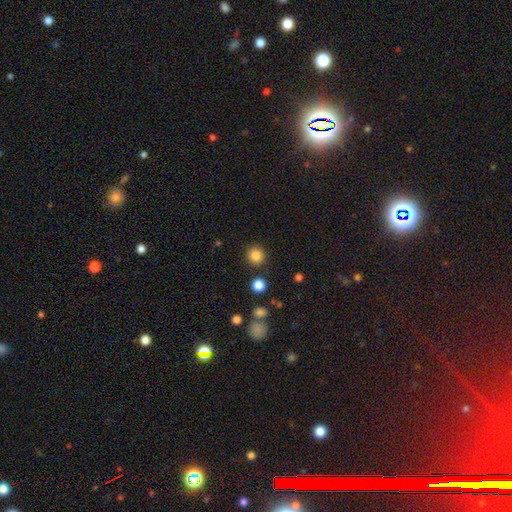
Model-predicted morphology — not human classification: A smooth galaxy with no disk features (85%) that is round (94%).

Vote fractions:
- Smooth or featured? smooth: 85% / star or artifact: 11% / featured or disk: 4%
- How rounded? round: 94% / in between: 5% / cigar-shaped: 1%
- Merging? none: 89% / minor disturbance: 6% / merger: 3% / major disturbance: 2%